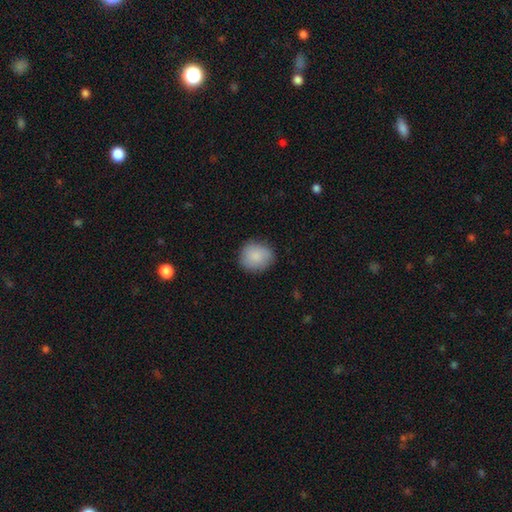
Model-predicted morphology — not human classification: smooth 87%, star or artifact 7%, featured or disk 7%. Down the decision tree: how rounded — round (80%); merging — none (83%).